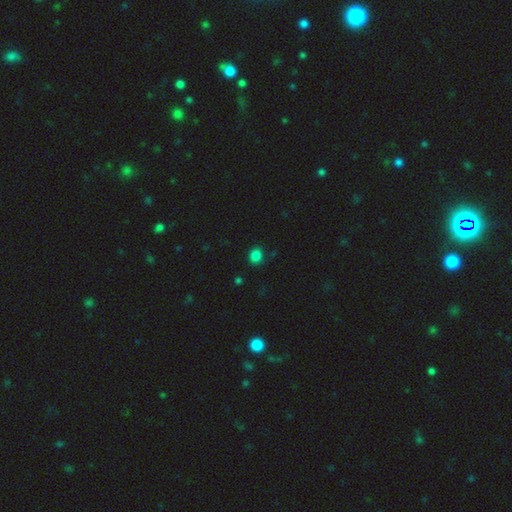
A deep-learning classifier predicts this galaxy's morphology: Smooth or featured? smooth (83%)
How rounded? round (77%)
Merging? none (85%)